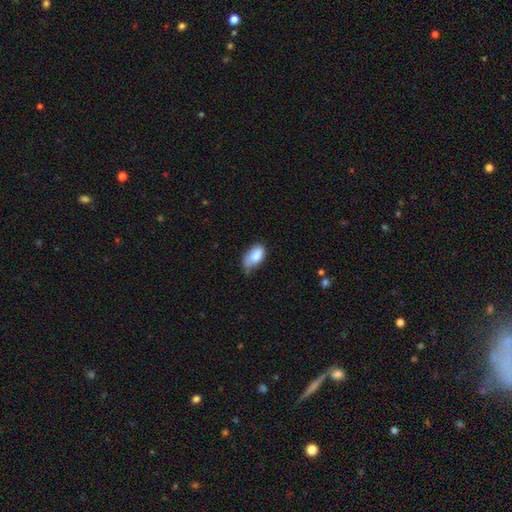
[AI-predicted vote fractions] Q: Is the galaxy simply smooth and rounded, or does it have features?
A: smooth — 82%.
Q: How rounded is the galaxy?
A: in between — 92%.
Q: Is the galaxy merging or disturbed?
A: minor disturbance — 45%.